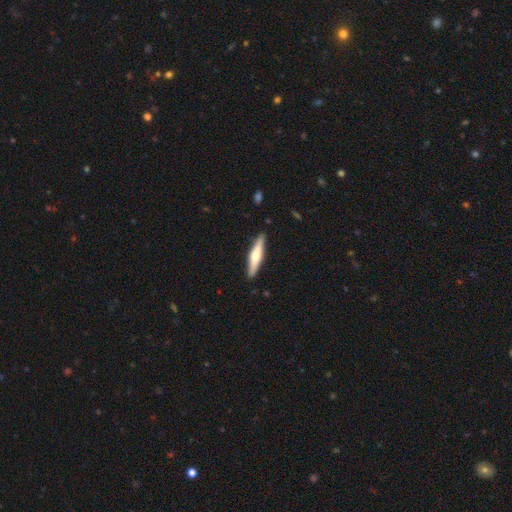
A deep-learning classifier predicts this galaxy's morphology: smooth_or_featured: featured or disk (p=0.52) [alt: smooth p=0.43]
disk_edge_on: yes (p=0.96) [alt: no p=0.04]
merging: none (p=0.90) [alt: minor disturbance p=0.08]